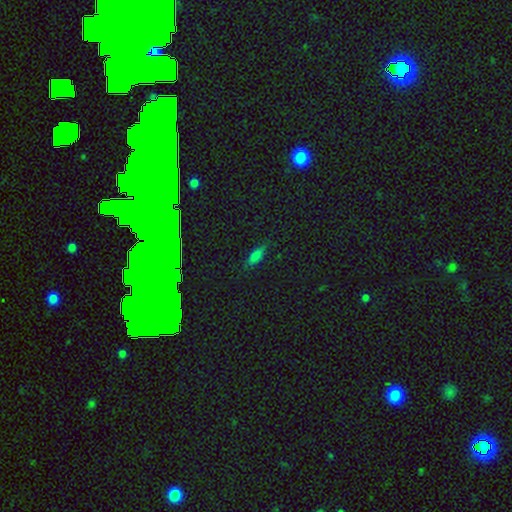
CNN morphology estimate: Smooth or featured? smooth (70%)
How rounded? in between (65%)
Merging? none (80%)